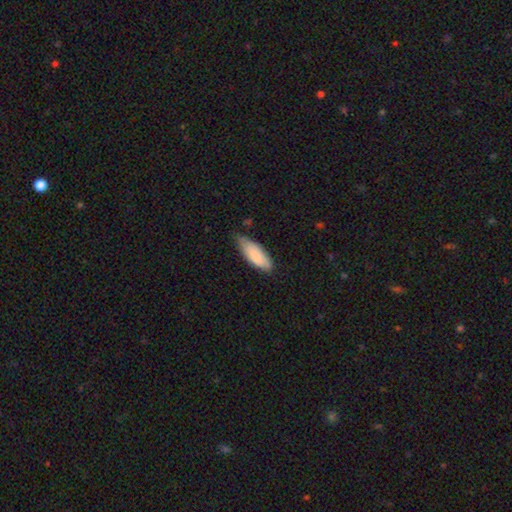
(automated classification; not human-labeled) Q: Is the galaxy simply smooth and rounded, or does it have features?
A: smooth — 82%.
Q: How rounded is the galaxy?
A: in between — 75%.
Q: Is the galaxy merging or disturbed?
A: none — 60%.